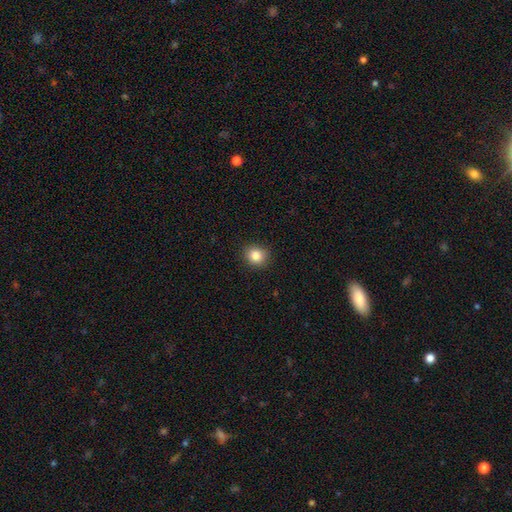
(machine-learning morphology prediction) smooth_or_featured: smooth (p=0.85) [alt: star or artifact p=0.10]
how_rounded: round (p=0.82) [alt: in between p=0.17]
merging: none (p=0.90) [alt: minor disturbance p=0.07]